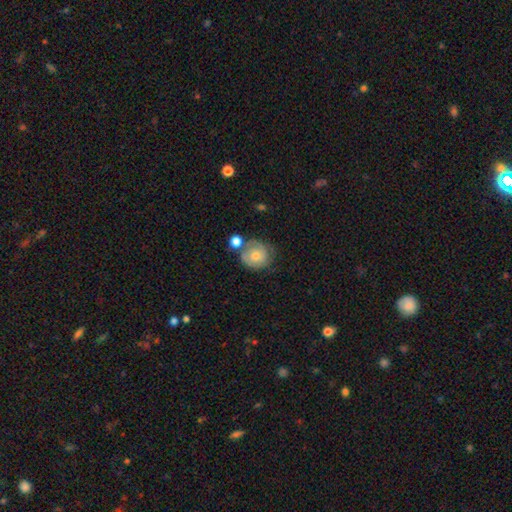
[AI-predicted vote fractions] Morphology: type=smooth (48%); merging=none (55%).